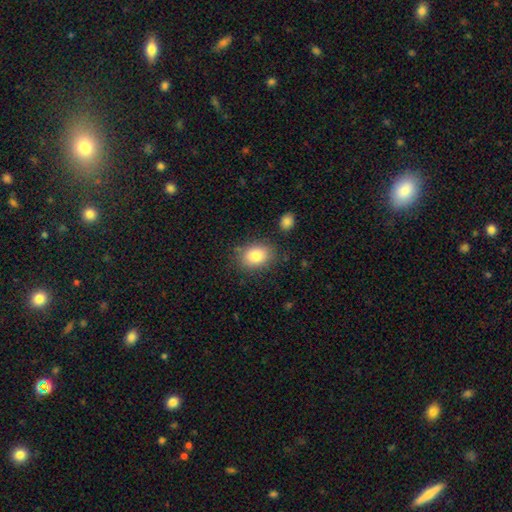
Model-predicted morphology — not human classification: Smooth or featured: smooth — 83% (star or artifact — 9%)
How rounded: in between — 66% (round — 33%)
Merging: none — 81% (minor disturbance — 12%)